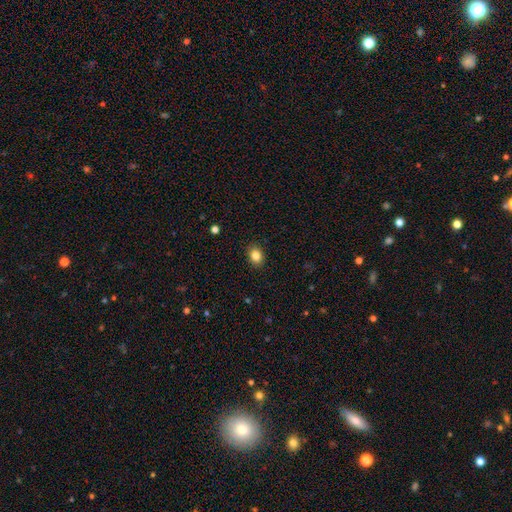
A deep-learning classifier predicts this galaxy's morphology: type=smooth (85%); roundness=in between (62%); merging=none (90%).